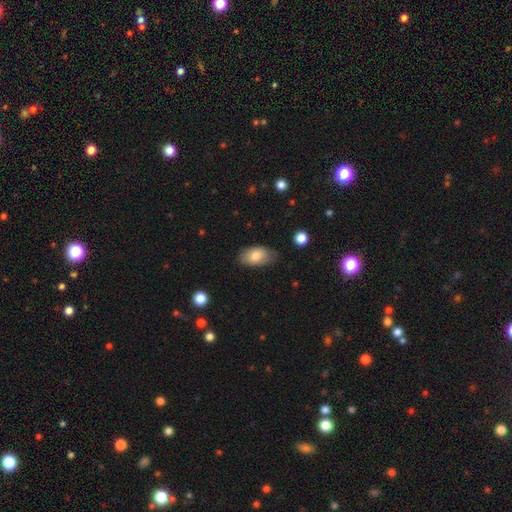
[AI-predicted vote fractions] This is likely a smooth galaxy (79%). How rounded: clearly in between (93%). Merging: likely none (71%).